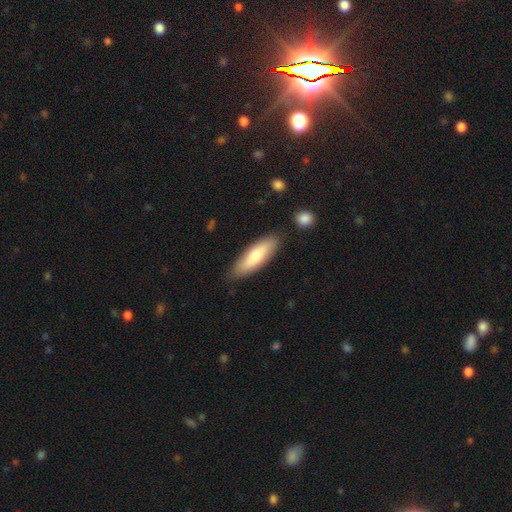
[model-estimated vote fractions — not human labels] smooth-or-featured: smooth: 73% | featured or disk: 21% | star or artifact: 5%
  how-rounded: in between: 53% | cigar-shaped: 46% | round: 2%
  merging: none: 82% | minor disturbance: 12% | merger: 3% | major disturbance: 3%